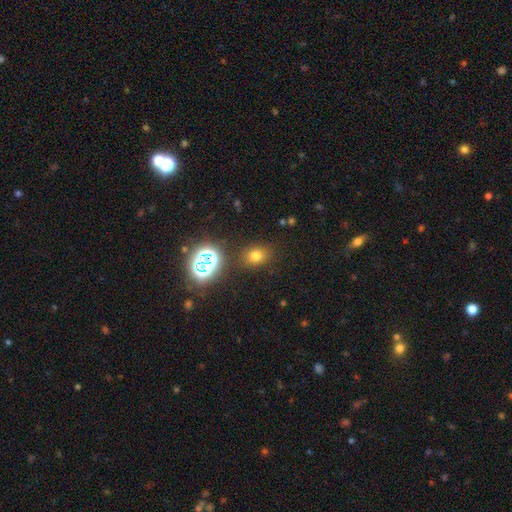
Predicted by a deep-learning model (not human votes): Q: Smooth or featured?
A: smooth (68%); runner-up: star or artifact (23%)
Q: How rounded?
A: in between (51%); runner-up: round (48%)
Q: Merging?
A: none (84%); runner-up: minor disturbance (10%)